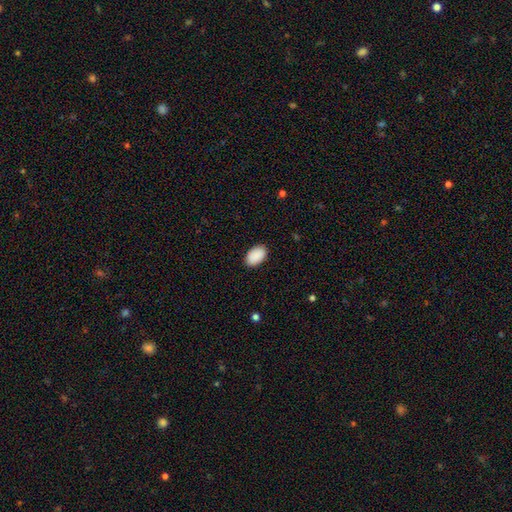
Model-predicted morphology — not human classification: The model was most divided on "merging": none: 89%, minor disturbance: 8%, major disturbance: 2%, merger: 1%. More confident: how rounded — in between (93%); smooth or featured — smooth (91%).